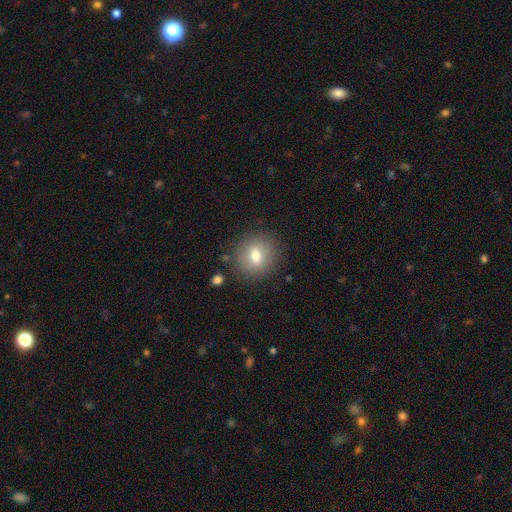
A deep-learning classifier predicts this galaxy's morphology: This appears to be a smooth galaxy with no disk features (73%) that is round (81%). Merging: none (85%).